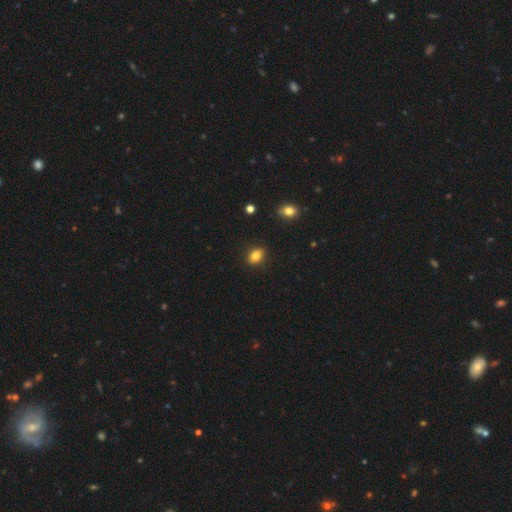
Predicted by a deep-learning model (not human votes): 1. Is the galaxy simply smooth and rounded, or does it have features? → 82% smooth, 10% star or artifact, 8% featured or disk.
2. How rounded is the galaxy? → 74% in between, 23% round, 2% cigar-shaped.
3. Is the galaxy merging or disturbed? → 88% none, 8% minor disturbance, 2% major disturbance, 1% merger.